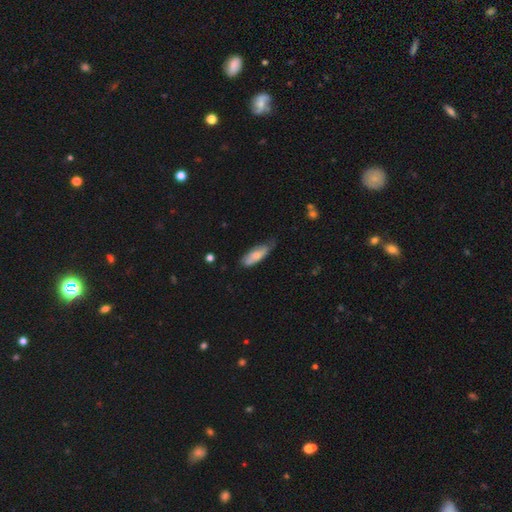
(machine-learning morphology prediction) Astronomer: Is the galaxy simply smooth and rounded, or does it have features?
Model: smooth — 69%.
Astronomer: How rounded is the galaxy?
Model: in between — 62%.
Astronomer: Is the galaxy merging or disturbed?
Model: none — 54% (runner-up: minor disturbance, 36%).